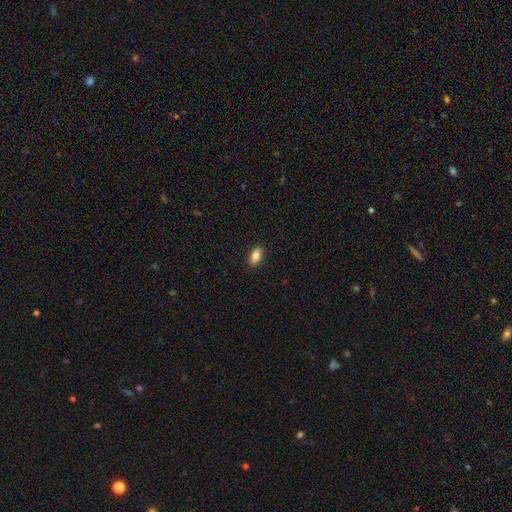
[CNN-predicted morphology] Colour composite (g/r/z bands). It shows a smooth galaxy with no disk features (83%) that is in between round and cigar-shaped (89%). Merging: none (89%).